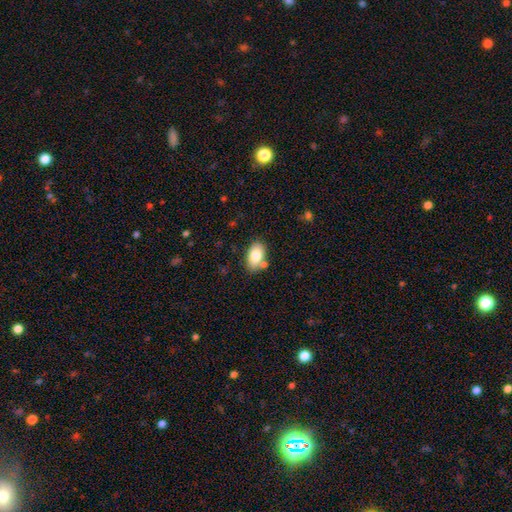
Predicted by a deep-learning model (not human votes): smooth-or-featured: smooth: 81% | featured or disk: 12% | star or artifact: 7%
  how-rounded: in between: 91% | round: 7% | cigar-shaped: 2%
  merging: none: 74% | minor disturbance: 14% | merger: 9% | major disturbance: 3%